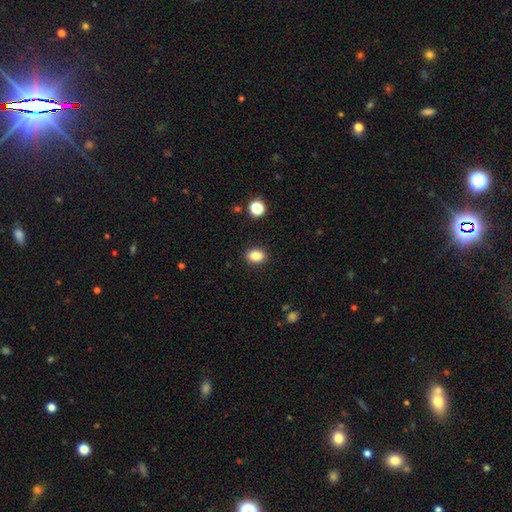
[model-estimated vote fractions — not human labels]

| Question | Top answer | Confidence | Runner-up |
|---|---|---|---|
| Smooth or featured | smooth | 85% | star or artifact (10%) |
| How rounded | in between | 69% | round (30%) |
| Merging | none | 90% | minor disturbance (7%) |